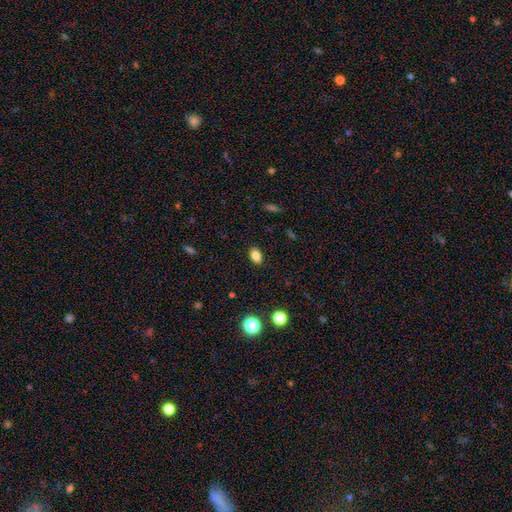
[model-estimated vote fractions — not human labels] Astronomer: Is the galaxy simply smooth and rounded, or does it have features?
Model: smooth — 82%.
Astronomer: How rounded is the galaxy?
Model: in between — 82%.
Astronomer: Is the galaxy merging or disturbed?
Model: none — 88%.